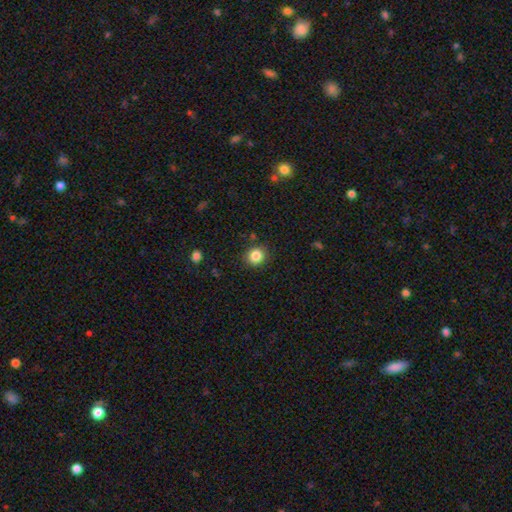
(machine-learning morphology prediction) Overall: smooth (85%). How rounded: round (86%). Merging: none (88%).